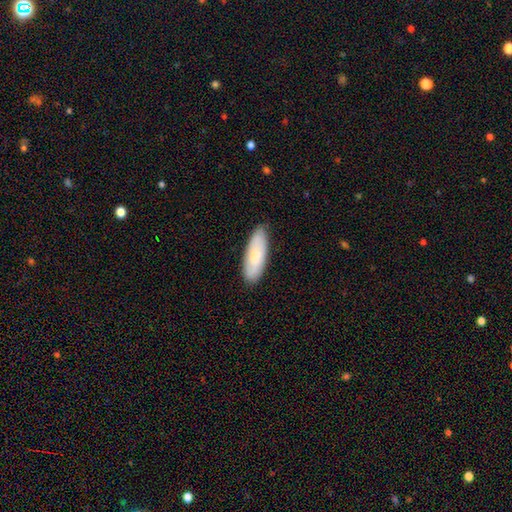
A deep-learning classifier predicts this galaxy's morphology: type=smooth (78%); roundness=in between (65%); merging=none (83%).